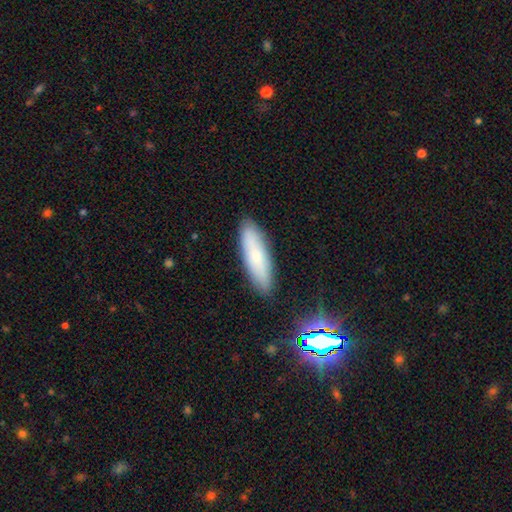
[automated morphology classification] A smooth galaxy with no disk features (67%) that is cigar-shaped (62%).

Vote fractions:
- Smooth or featured? smooth: 67% / featured or disk: 24% / star or artifact: 9%
- How rounded? cigar-shaped: 62% / in between: 36% / round: 2%
- Merging? none: 87% / minor disturbance: 10% / major disturbance: 2% / merger: 1%